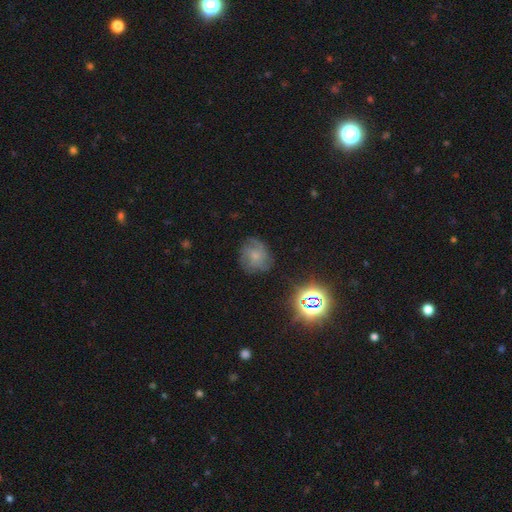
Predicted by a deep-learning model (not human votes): Overall: featured or disk (44%; smooth 40%). Merging: none (70%).